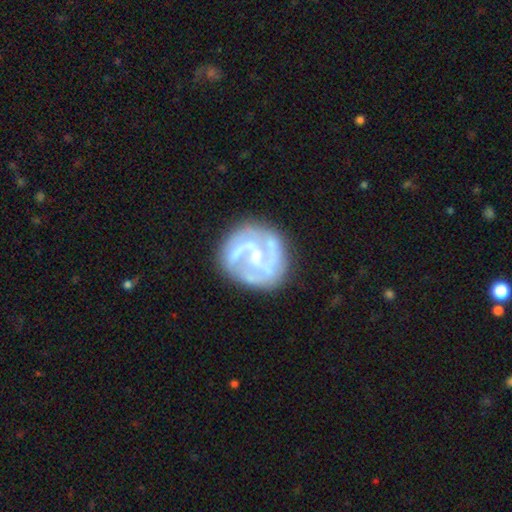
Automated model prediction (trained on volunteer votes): Morphology: type=featured or disk (85%); edge-on=no (98%); bar=weak (46%); spiral arms=yes (92%); winding=medium (47%); arm count=2 (61%); bulge=small (63%); merging=none (73%).